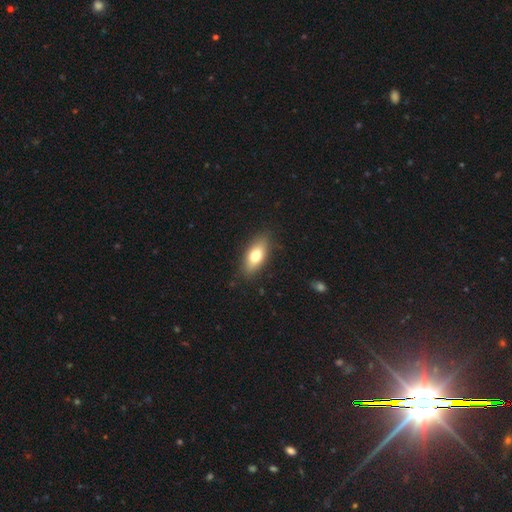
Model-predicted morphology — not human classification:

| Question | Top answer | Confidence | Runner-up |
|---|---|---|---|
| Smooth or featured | smooth | 72% | featured or disk (21%) |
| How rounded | in between | 81% | cigar-shaped (15%) |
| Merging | none | 85% | minor disturbance (11%) |